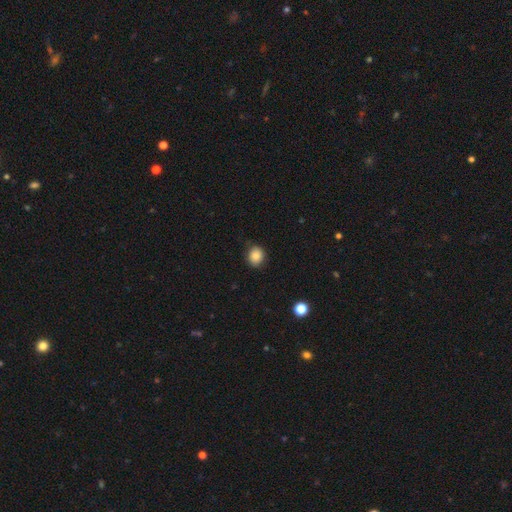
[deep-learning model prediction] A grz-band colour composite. It shows a smooth galaxy with no disk features (85%) that is round (69%). Merging: none (81%).